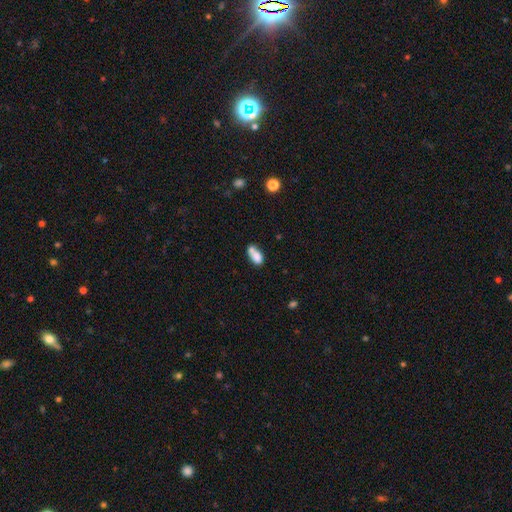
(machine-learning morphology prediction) smooth 76%, featured or disk 15%, star or artifact 9%. Down the decision tree: how rounded — in between (86%); merging — merger (47%).